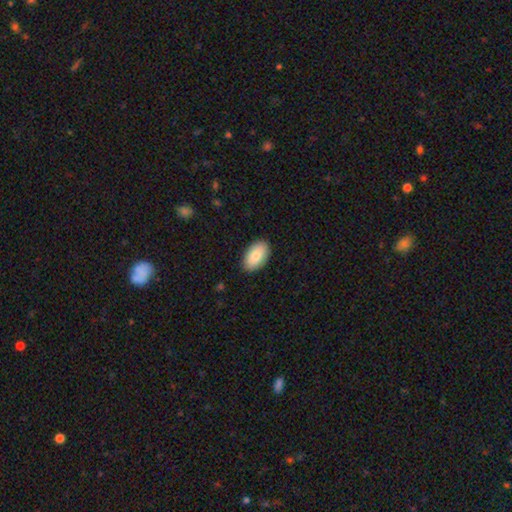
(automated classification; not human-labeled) smooth 84%, featured or disk 10%, star or artifact 6%. Down the decision tree: how rounded — in between (95%); merging — none (89%).